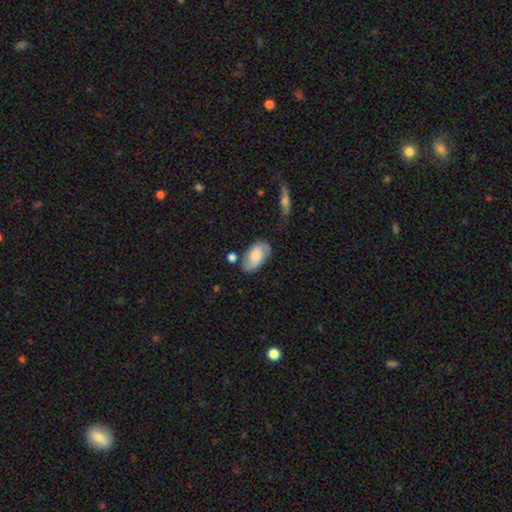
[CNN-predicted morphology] Smooth or featured? smooth (46%, tied with featured or disk)
Merging? none (64%)